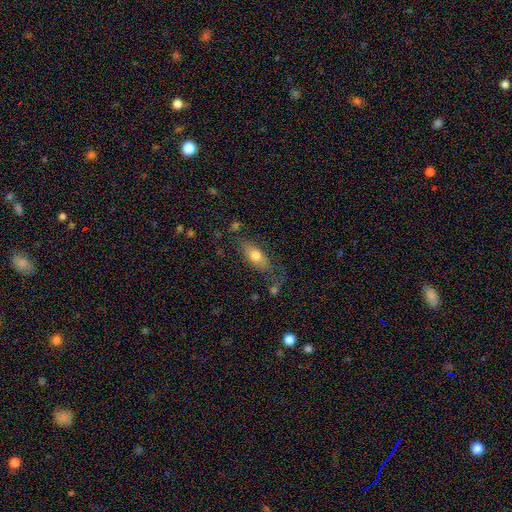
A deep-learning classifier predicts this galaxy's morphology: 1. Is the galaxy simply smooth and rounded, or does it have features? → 69% smooth, 23% featured or disk, 8% star or artifact.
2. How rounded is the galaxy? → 74% in between, 21% cigar-shaped, 5% round.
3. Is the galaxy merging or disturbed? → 64% none, 22% minor disturbance, 9% major disturbance, 5% merger.